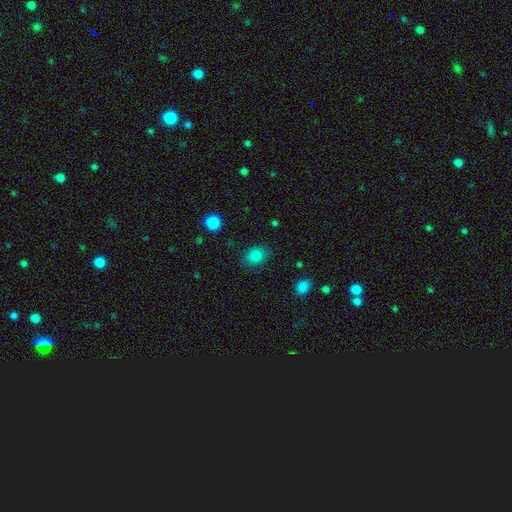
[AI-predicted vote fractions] A smooth galaxy with no disk features (83%) that is in between round and cigar-shaped (58%).

Vote fractions:
- Smooth or featured? smooth: 83% / star or artifact: 10% / featured or disk: 6%
- How rounded? in between: 58% / round: 41% / cigar-shaped: 1%
- Merging? none: 84% / minor disturbance: 12% / major disturbance: 3% / merger: 1%